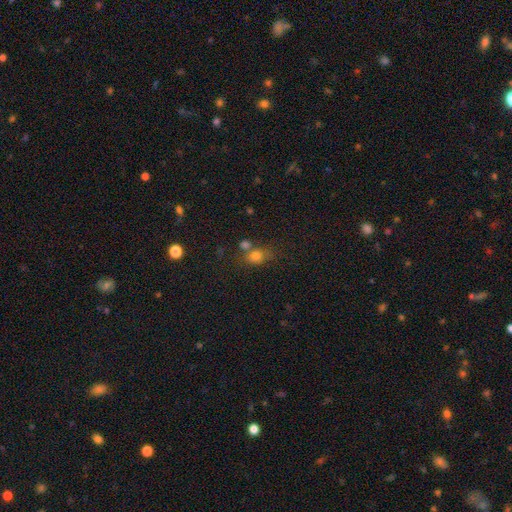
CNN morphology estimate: type=smooth (75%); roundness=round (57%); merging=none (51%).